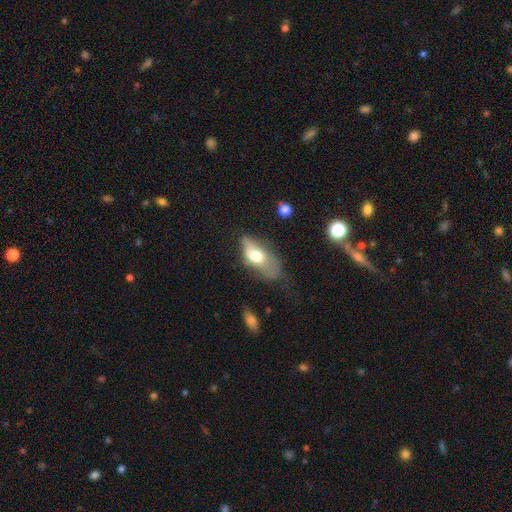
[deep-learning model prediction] smooth_or_featured: smooth (p=0.62) [alt: featured or disk p=0.30]
how_rounded: in between (p=0.85) [alt: cigar-shaped p=0.11]
merging: major disturbance (p=0.36) [alt: minor disturbance p=0.34]